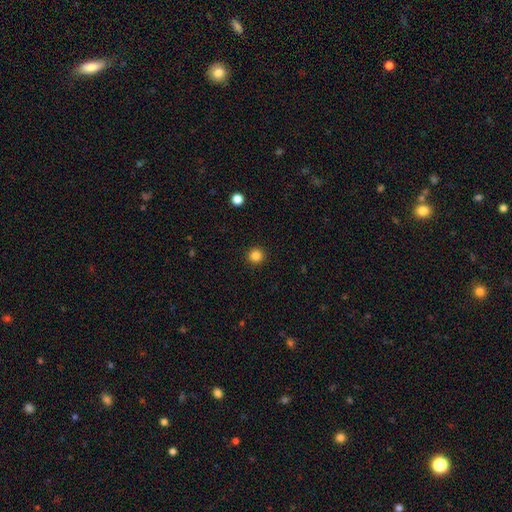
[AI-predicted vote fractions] Overall: smooth (84%). How rounded: round (95%). Merging: none (93%).